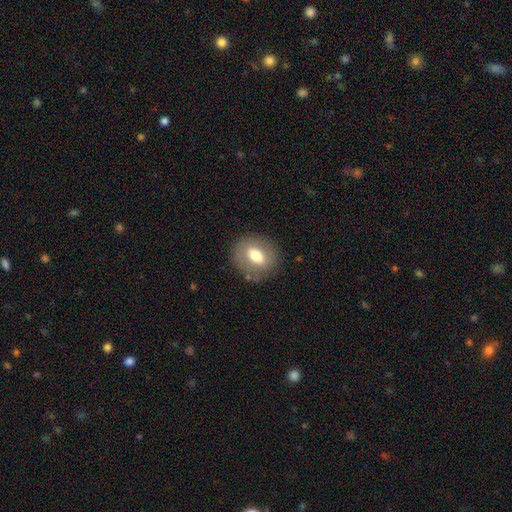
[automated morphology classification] smooth_or_featured: smooth (p=0.65) [alt: featured or disk p=0.27]
how_rounded: in between (p=0.52) [alt: round p=0.46]
merging: none (p=0.82) [alt: minor disturbance p=0.12]